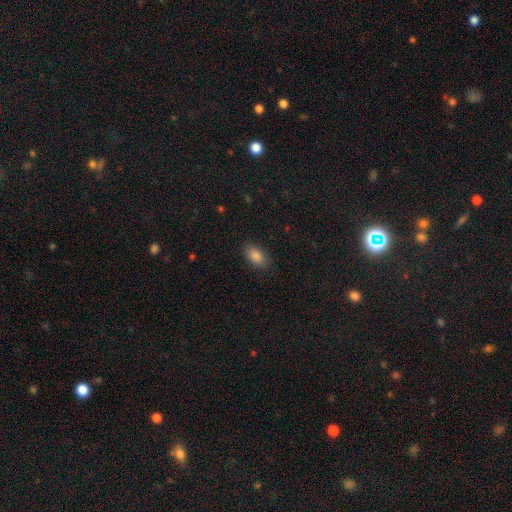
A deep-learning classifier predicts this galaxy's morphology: This appears to be a smooth galaxy with no disk features (87%) that is in between round and cigar-shaped (92%). Merging: none (87%).